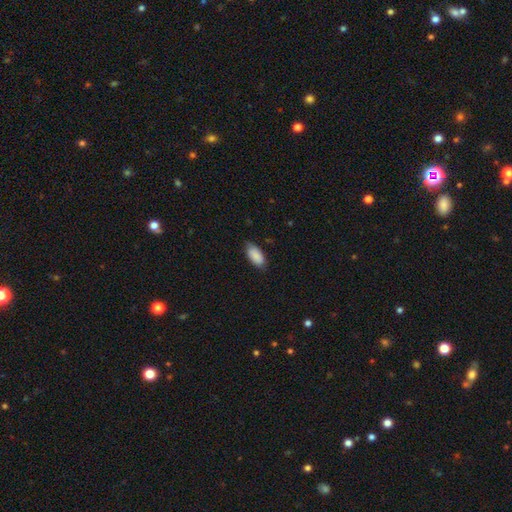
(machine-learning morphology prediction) A smooth galaxy with no disk features (88%) that is in between round and cigar-shaped (92%). Merging: none (74%).